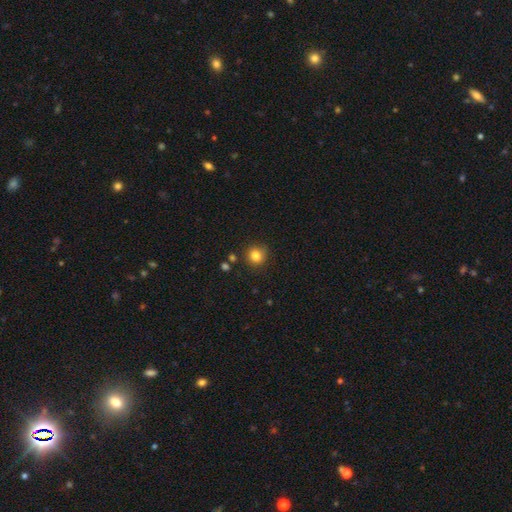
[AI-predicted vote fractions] Overall: smooth (83%). How rounded: round (90%). Merging: none (83%).